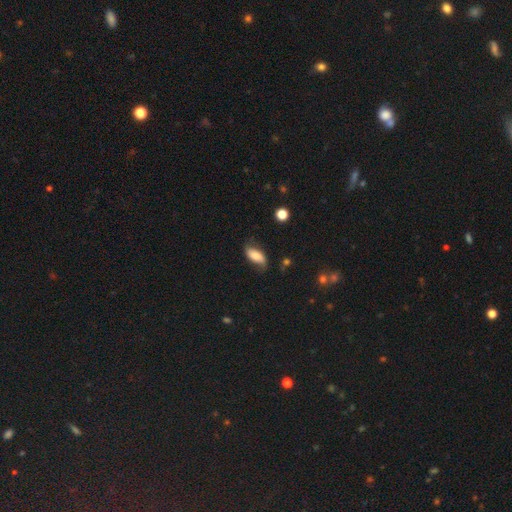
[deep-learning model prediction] A smooth galaxy with no disk features (65%) that is in between round and cigar-shaped (86%). Merging: none (63%).